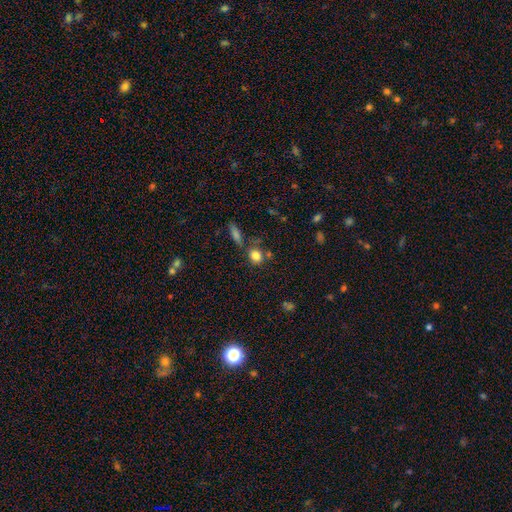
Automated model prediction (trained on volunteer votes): The model was most divided on "merging": none: 65%, merger: 15%, minor disturbance: 14%, major disturbance: 5%. More confident: smooth or featured — smooth (82%); how rounded — round (75%).